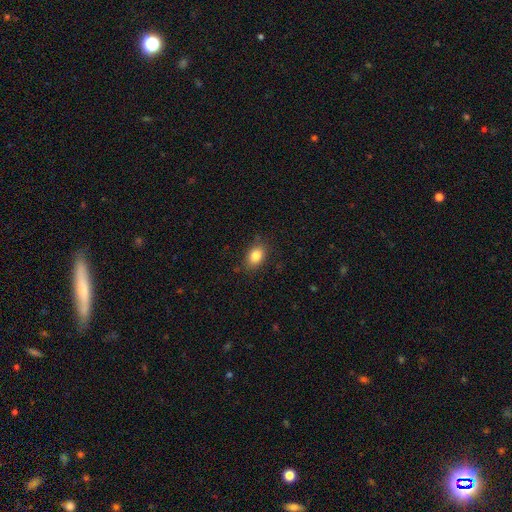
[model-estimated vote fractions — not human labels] Smooth or featured?
  - smooth: 84% *
  - star or artifact: 9%
  - featured or disk: 7%
How rounded?
  - in between: 75% *
  - round: 23%
  - cigar-shaped: 1%
Merging?
  - none: 84% *
  - minor disturbance: 12%
  - major disturbance: 3%
  - merger: 1%